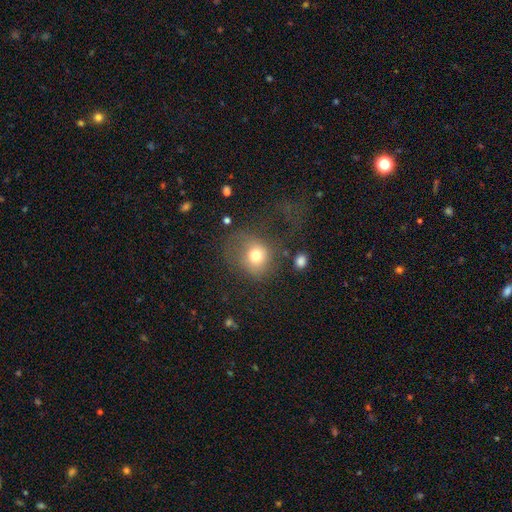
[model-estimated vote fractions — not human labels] Smooth or featured? smooth (72%)
How rounded? round (69%)
Merging? major disturbance (41%)